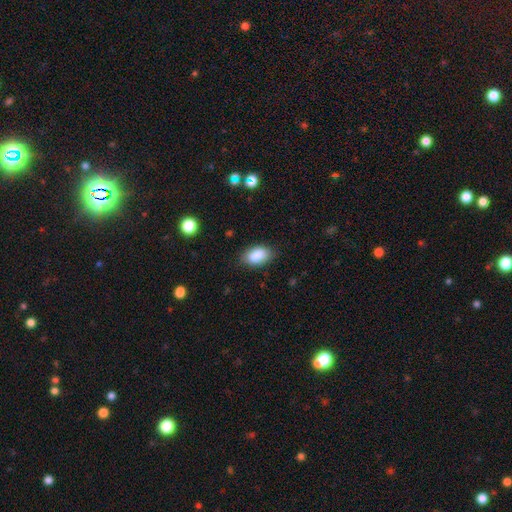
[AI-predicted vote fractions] This is clearly a smooth galaxy (88%). How rounded: clearly in between (92%). Merging: clearly none (82%).